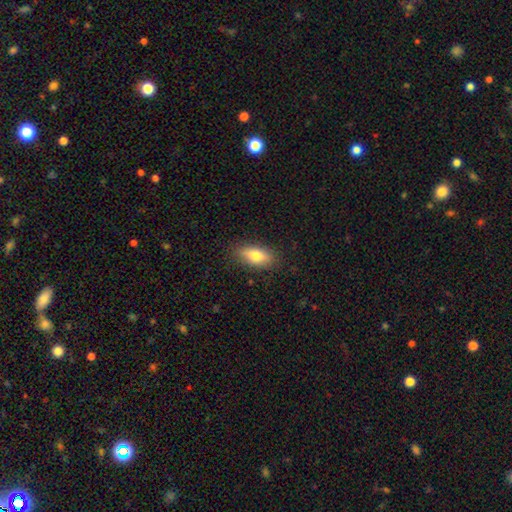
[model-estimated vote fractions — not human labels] Overall: smooth (73%). How rounded: in between (78%). Merging: none (85%).